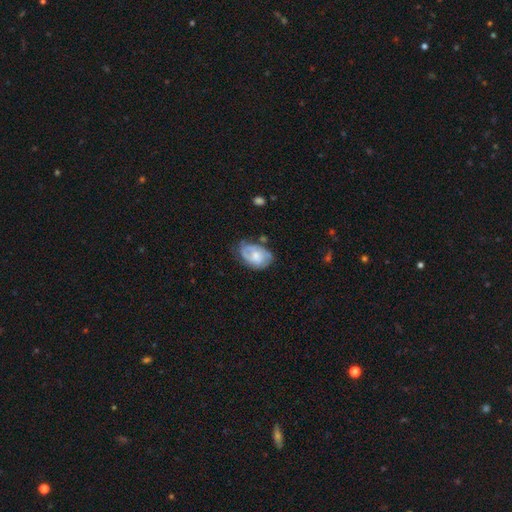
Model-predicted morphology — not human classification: This is possibly a featured or disk galaxy (58%). It is clearly not viewed edge-on (96%). Bar: likely no (69%). Spiral arm pattern: likely yes (77%). Central bulge: possibly moderate (47%). Merging: possibly none (55%).